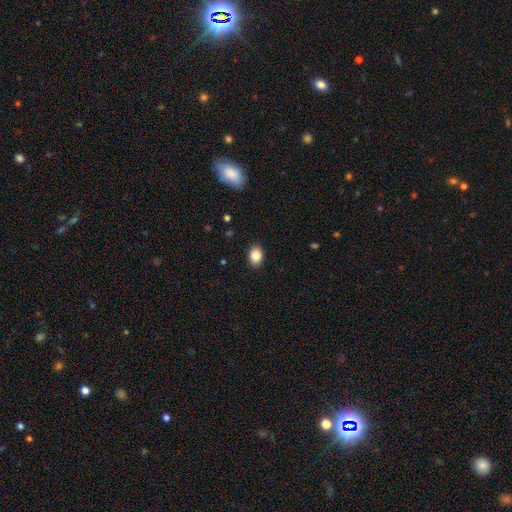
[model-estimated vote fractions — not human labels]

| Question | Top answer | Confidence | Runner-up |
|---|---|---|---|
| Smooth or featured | smooth | 86% | star or artifact (8%) |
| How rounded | in between | 72% | round (27%) |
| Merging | none | 90% | minor disturbance (7%) |